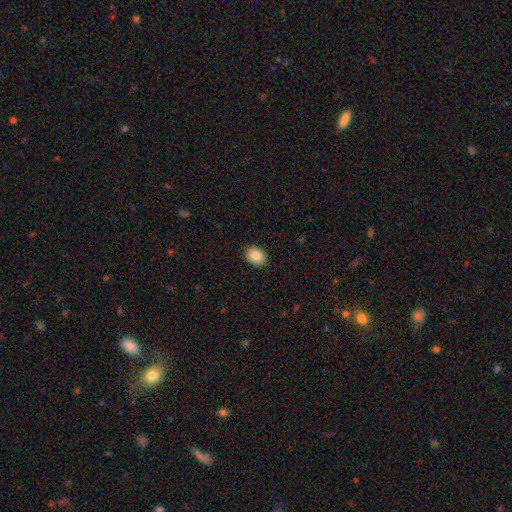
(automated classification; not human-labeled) smooth 88%, star or artifact 8%, featured or disk 4%. Down the decision tree: how rounded — in between (71%); merging — none (90%).